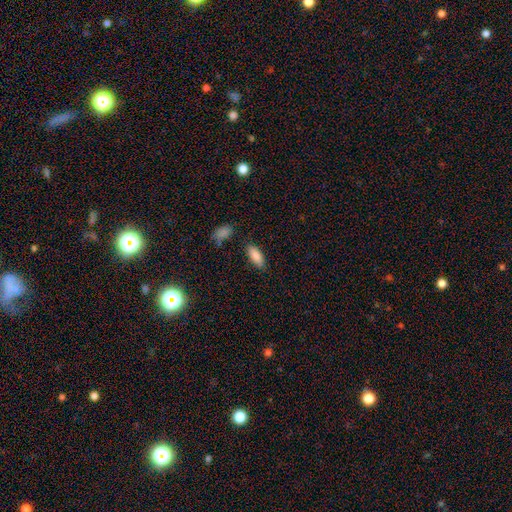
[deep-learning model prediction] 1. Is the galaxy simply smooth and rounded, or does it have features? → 85% smooth, 8% featured or disk, 7% star or artifact.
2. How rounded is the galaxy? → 80% in between, 18% cigar-shaped, 2% round.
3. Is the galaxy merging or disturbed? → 82% none, 12% minor disturbance, 3% merger, 3% major disturbance.